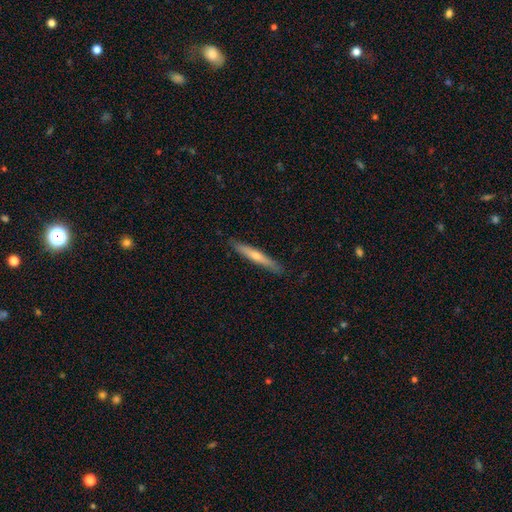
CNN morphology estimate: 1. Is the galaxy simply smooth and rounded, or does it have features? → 48% featured or disk, 47% smooth, 5% star or artifact.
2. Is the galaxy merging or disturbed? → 89% none, 8% minor disturbance, 1% major disturbance, 1% merger.